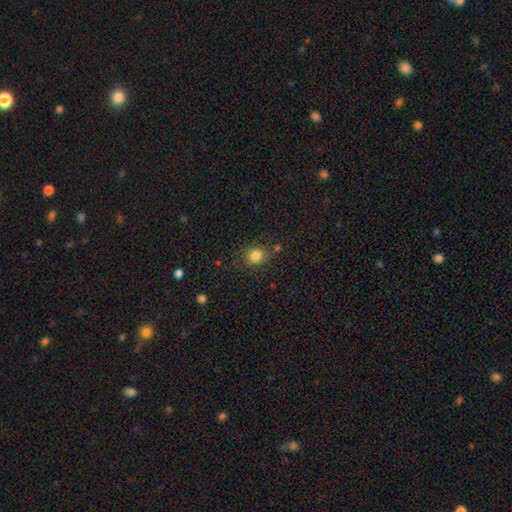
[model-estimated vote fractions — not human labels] A smooth galaxy with no disk features (82%) that is round (75%). Merging: none (77%).